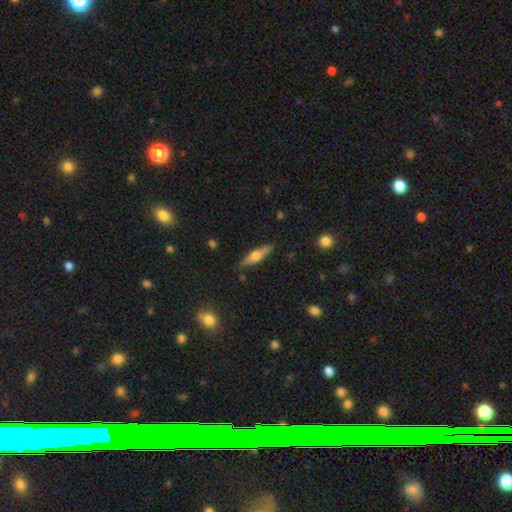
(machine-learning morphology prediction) The model was most divided on "smooth or featured": featured or disk: 52%, smooth: 42%, star or artifact: 7%. More confident: edge-on disk — yes (93%); merging — none (85%).